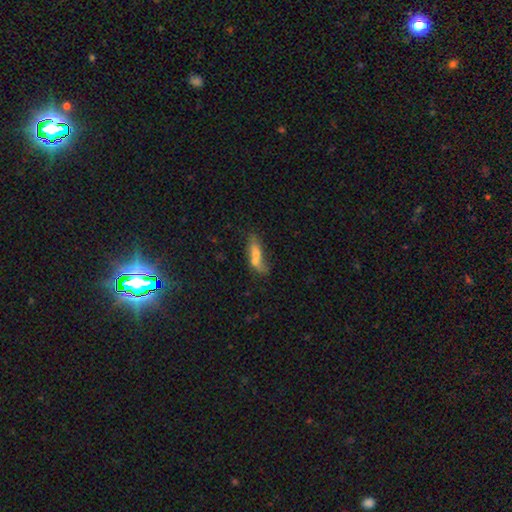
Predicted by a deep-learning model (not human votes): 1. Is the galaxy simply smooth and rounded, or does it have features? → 64% smooth, 28% featured or disk, 9% star or artifact.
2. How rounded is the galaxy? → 51% in between, 45% cigar-shaped, 4% round.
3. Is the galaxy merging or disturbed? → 40% merger, 32% none, 17% minor disturbance, 12% major disturbance.